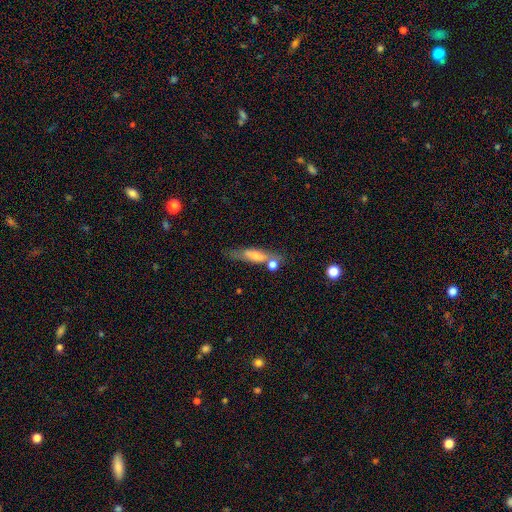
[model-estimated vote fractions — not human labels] The model was most divided on "smooth or featured": smooth: 49%, featured or disk: 40%, star or artifact: 11%. More confident: merging — none (64%).